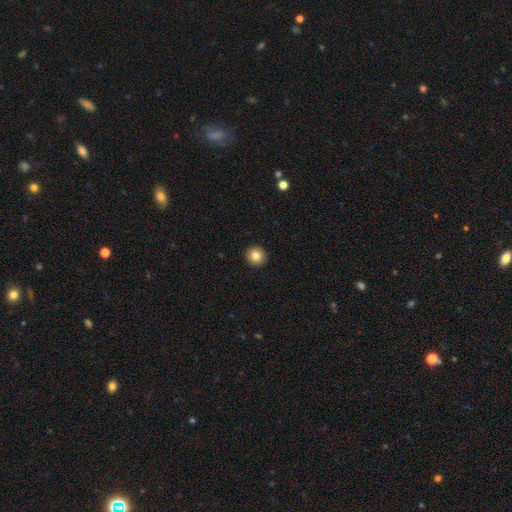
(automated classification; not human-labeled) A smooth galaxy with no disk features (83%) that is round (94%).

Vote fractions:
- Smooth or featured? smooth: 83% / star or artifact: 9% / featured or disk: 7%
- How rounded? round: 94% / in between: 5% / cigar-shaped: 1%
- Merging? none: 94% / minor disturbance: 4% / major disturbance: 1% / merger: 1%